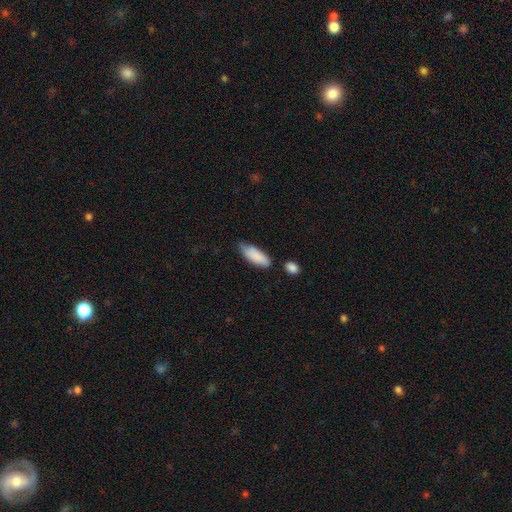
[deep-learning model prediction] A smooth galaxy with no disk features (85%) that is in between round and cigar-shaped (73%).

Vote fractions:
- Smooth or featured? smooth: 85% / featured or disk: 9% / star or artifact: 6%
- How rounded? in between: 73% / cigar-shaped: 25% / round: 2%
- Merging? none: 53% / minor disturbance: 34% / major disturbance: 7% / merger: 5%